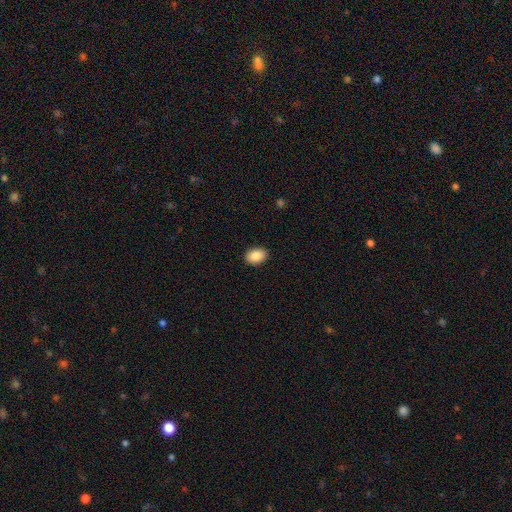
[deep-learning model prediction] smooth 88%, star or artifact 7%, featured or disk 5%. Down the decision tree: how rounded — in between (80%); merging — none (90%).